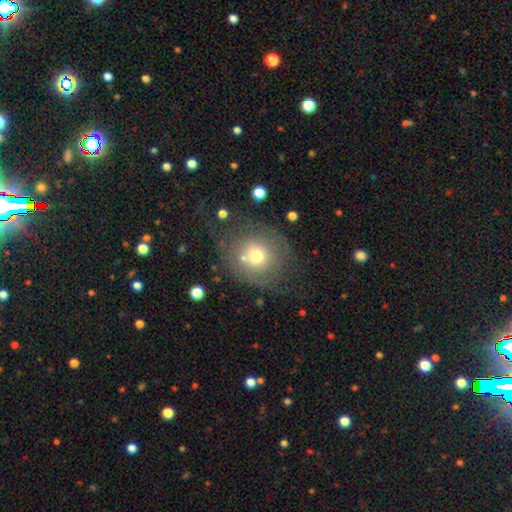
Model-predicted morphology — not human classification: A smooth galaxy with no disk features (65%) that is round (88%). Merging: none (67%).